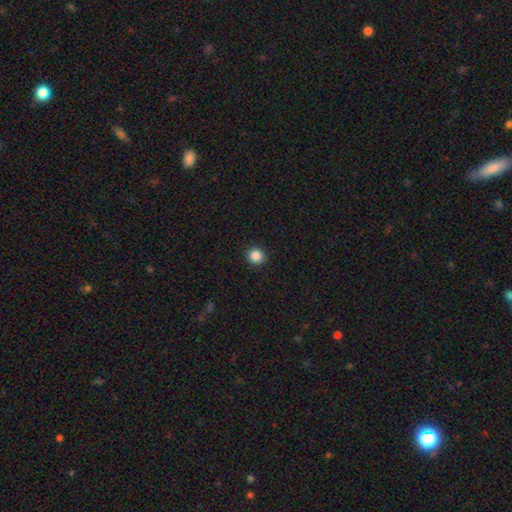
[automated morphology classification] Q: Smooth or featured?
A: smooth (86%); runner-up: star or artifact (11%)
Q: How rounded?
A: round (93%); runner-up: in between (6%)
Q: Merging?
A: none (93%); runner-up: minor disturbance (4%)